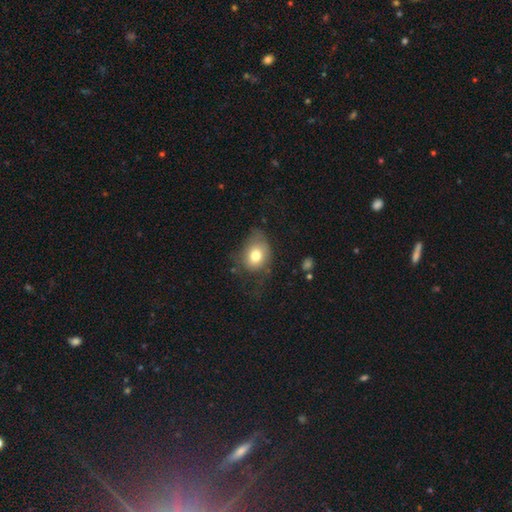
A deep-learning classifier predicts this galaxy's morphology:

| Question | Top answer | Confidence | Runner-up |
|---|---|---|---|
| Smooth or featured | smooth | 74% | featured or disk (16%) |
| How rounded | in between | 56% | round (43%) |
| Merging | none | 47% | minor disturbance (30%) |